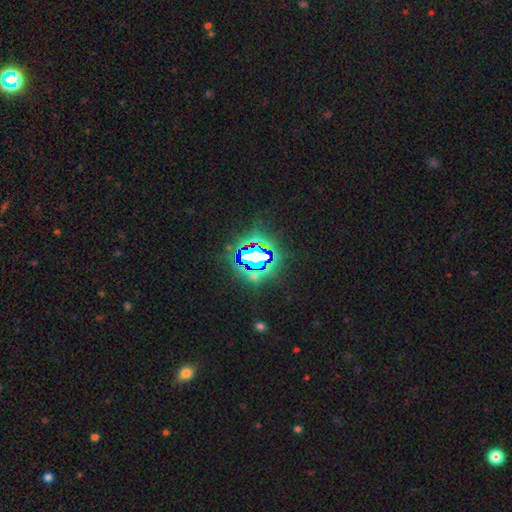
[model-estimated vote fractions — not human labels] Morphology: type=star or artifact (78%).